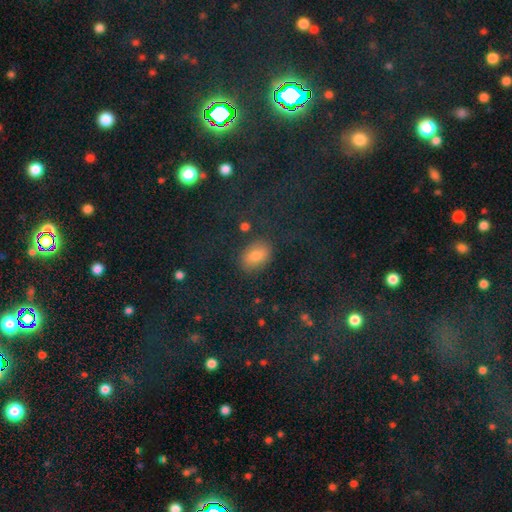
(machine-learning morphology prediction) Smooth or featured? Predicted: smooth (p=0.66). How rounded? Predicted: in between (p=0.77). Merging? Predicted: none (p=0.82).